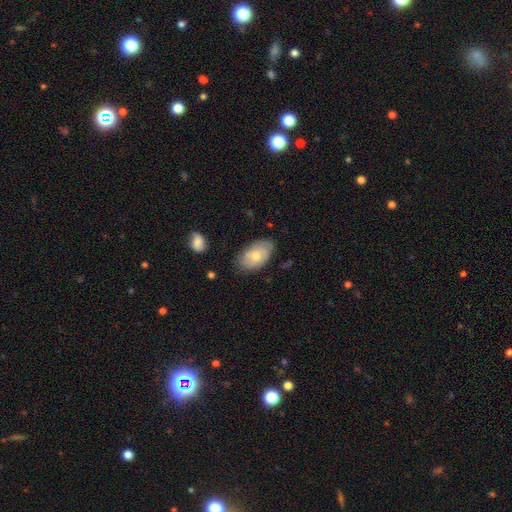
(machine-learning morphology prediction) This appears to be a smooth galaxy with no disk features (56%) that is in between round and cigar-shaped (93%). Merging: none (75%).